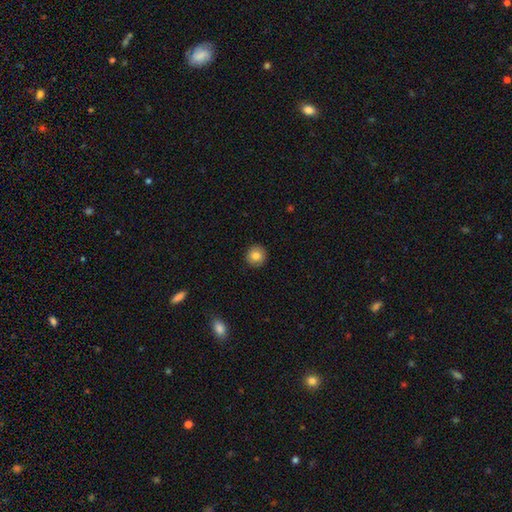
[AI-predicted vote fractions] This appears to be a smooth galaxy with no disk features (81%) that is round (94%). Merging: none (91%).